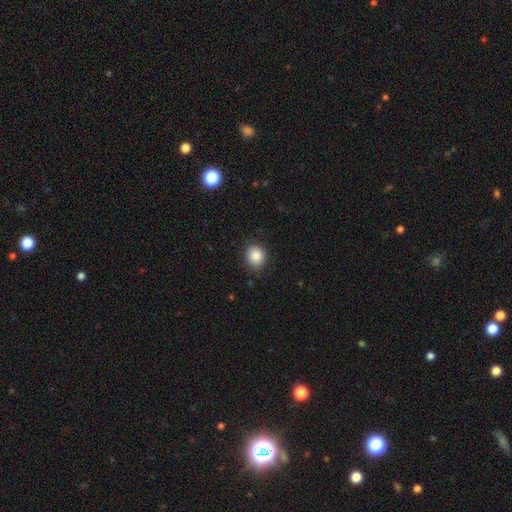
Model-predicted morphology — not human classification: Smooth or featured?
  - smooth: 87% *
  - star or artifact: 9%
  - featured or disk: 4%
How rounded?
  - round: 74% *
  - in between: 25%
  - cigar-shaped: 1%
Merging?
  - none: 85% *
  - minor disturbance: 11%
  - major disturbance: 3%
  - merger: 1%